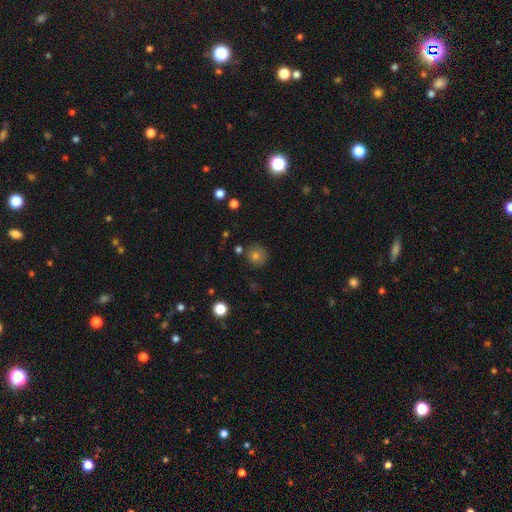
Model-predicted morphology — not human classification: The model was most divided on "smooth or featured": smooth: 73%, star or artifact: 17%, featured or disk: 10%. More confident: how rounded — round (92%); merging — none (83%).